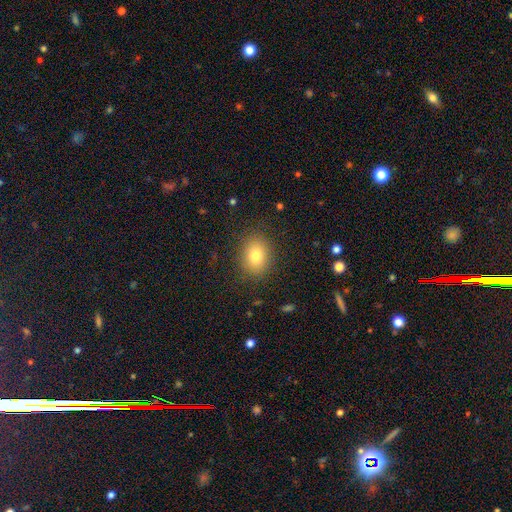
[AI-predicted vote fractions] smooth 79%, star or artifact 11%, featured or disk 10%. Down the decision tree: how rounded — in between (54%); merging — none (86%).